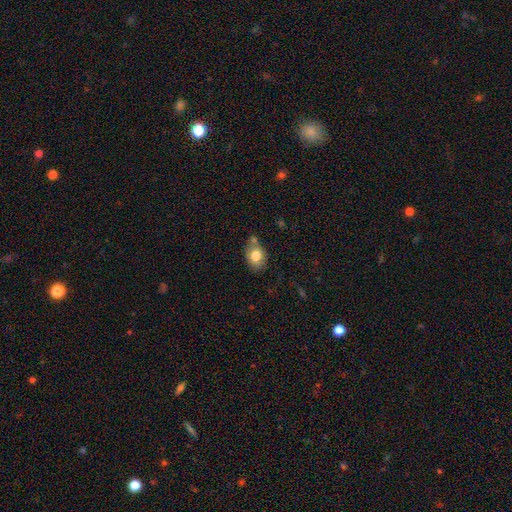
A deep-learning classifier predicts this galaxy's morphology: Smooth or featured? Predicted: smooth (p=0.79). How rounded? Predicted: in between (p=0.72). Merging? Predicted: none (p=0.60).